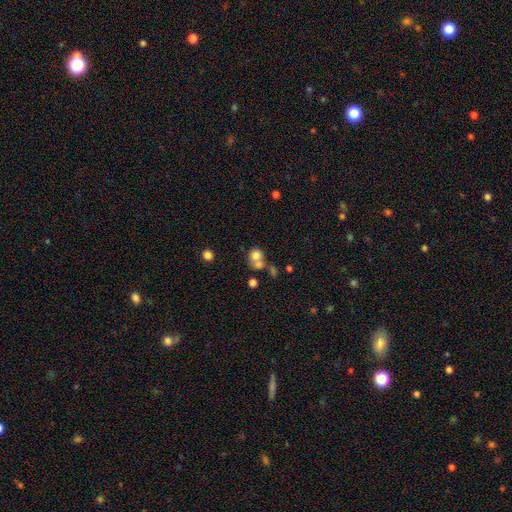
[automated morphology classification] Smooth or featured: smooth — 74% (featured or disk — 14%)
How rounded: round — 82% (in between — 17%)
Merging: merger — 47% (none — 37%)